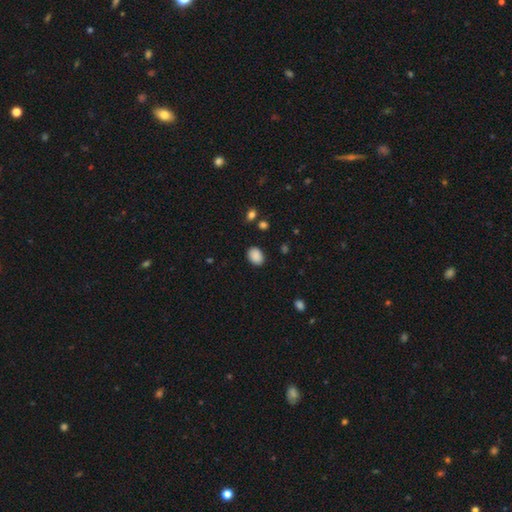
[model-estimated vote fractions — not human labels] Q: Smooth or featured?
A: smooth (89%); runner-up: star or artifact (8%)
Q: How rounded?
A: in between (74%); runner-up: round (25%)
Q: Merging?
A: none (87%); runner-up: minor disturbance (9%)